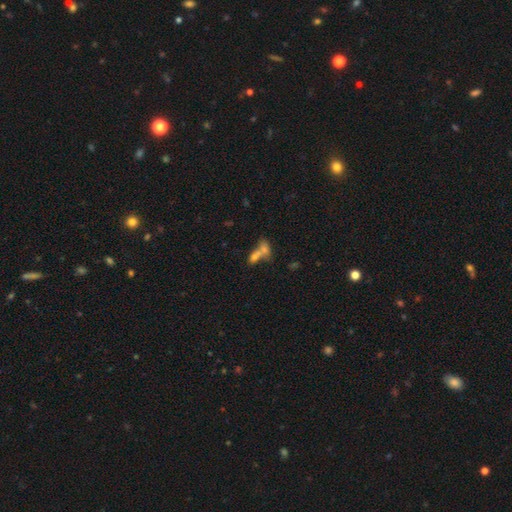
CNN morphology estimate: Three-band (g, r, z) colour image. It shows a smooth galaxy with no disk features (62%) that is in between round and cigar-shaped (70%). Merging: merger (67%).